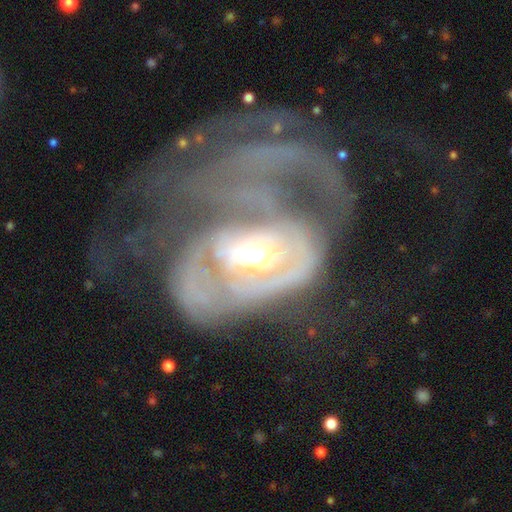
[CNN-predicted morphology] Q: Smooth or featured?
A: featured or disk (79%); runner-up: smooth (14%)
Q: Edge-on disk?
A: no (95%); runner-up: yes (5%)
Q: Bar?
A: no (49%); runner-up: weak (31%)
Q: Spiral arms?
A: yes (63%); runner-up: no (37%)
Q: Bulge size?
A: moderate (67%); runner-up: small (17%)
Q: Merging?
A: major disturbance (61%); runner-up: merger (18%)